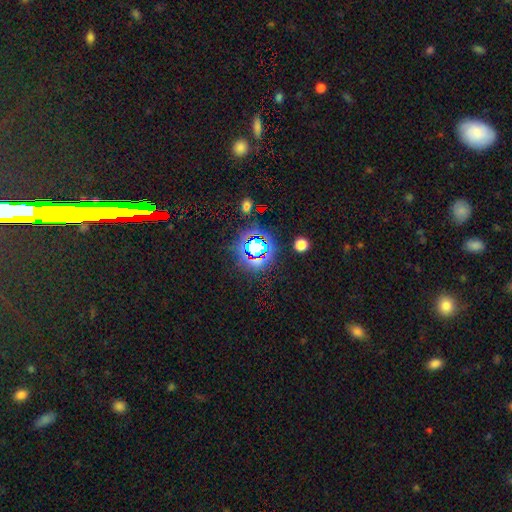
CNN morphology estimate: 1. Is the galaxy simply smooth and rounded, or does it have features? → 68% star or artifact, 21% smooth, 11% featured or disk.